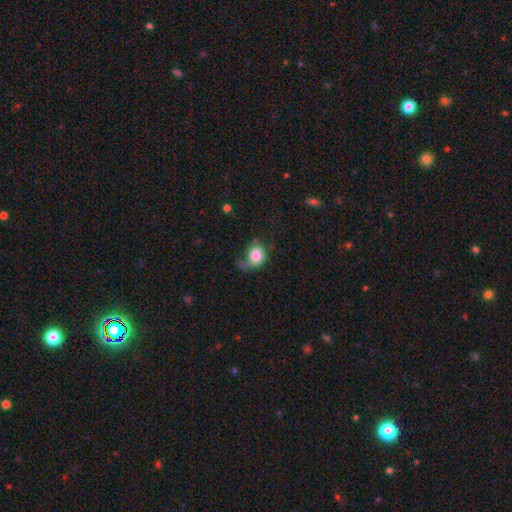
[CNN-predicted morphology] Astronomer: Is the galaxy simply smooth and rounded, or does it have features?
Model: smooth — 78%.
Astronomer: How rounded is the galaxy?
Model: round — 53% (runner-up: in between, 46%).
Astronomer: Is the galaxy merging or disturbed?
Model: major disturbance — 40% (runner-up: minor disturbance, 29%).